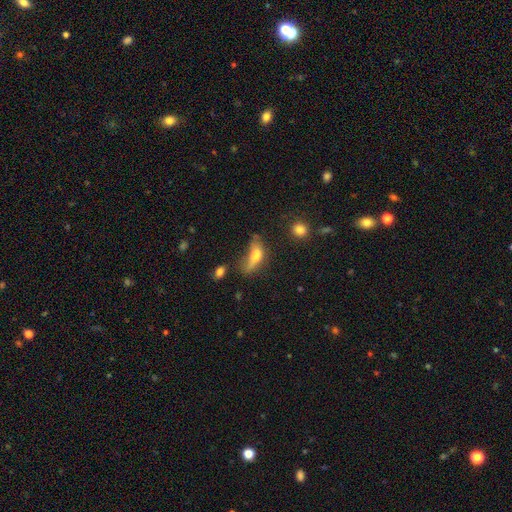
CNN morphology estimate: A smooth galaxy with no disk features (61%) that is in between round and cigar-shaped (65%).

Vote fractions:
- Smooth or featured? smooth: 61% / featured or disk: 28% / star or artifact: 11%
- How rounded? in between: 65% / cigar-shaped: 29% / round: 6%
- Merging? major disturbance: 31% (tied) / none: 31% (tied) / minor disturbance: 28% / merger: 10%